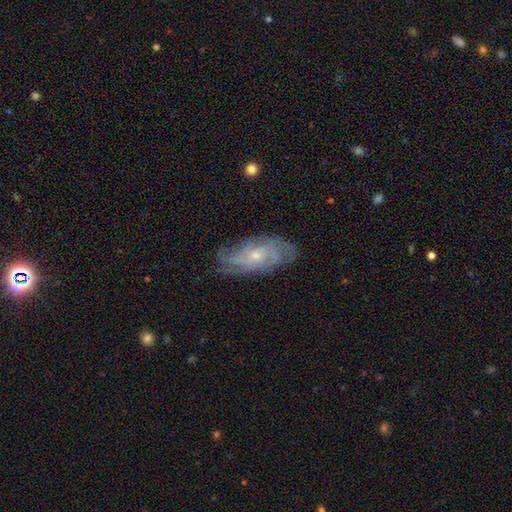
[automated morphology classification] A featured or disk galaxy (80%) with no bar (72%), tight (56%) spiral arms (94%) and a small central bulge (67%). Merging: none (77%).